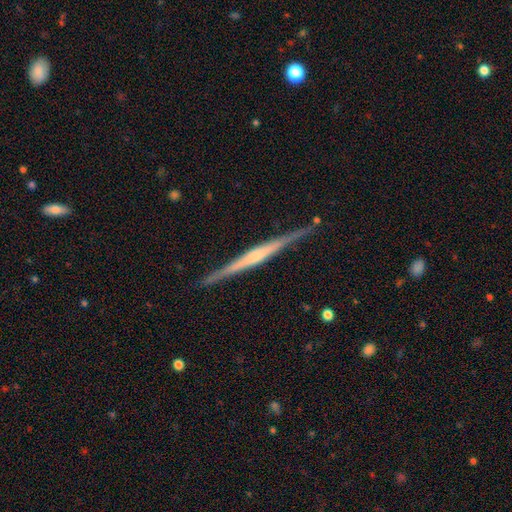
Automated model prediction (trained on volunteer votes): Smooth or featured? Predicted: featured or disk (p=0.80). Edge-on disk? Predicted: yes (p=0.98). Edge-on bulge? Predicted: rounded (p=0.48). Merging? Predicted: none (p=0.91).